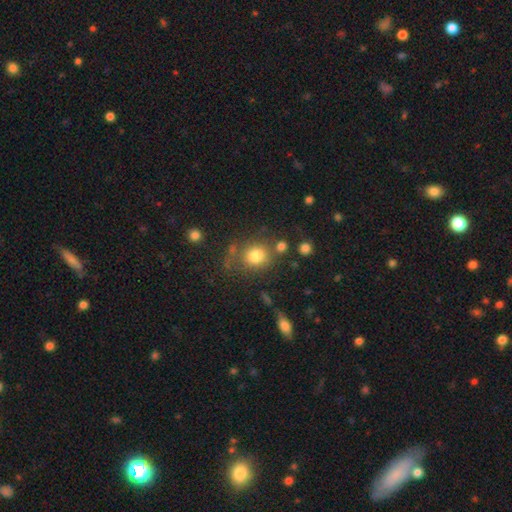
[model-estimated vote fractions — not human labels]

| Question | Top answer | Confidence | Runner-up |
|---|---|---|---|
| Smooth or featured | smooth | 79% | star or artifact (12%) |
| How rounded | round | 78% | in between (21%) |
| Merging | none | 66% | minor disturbance (15%) |